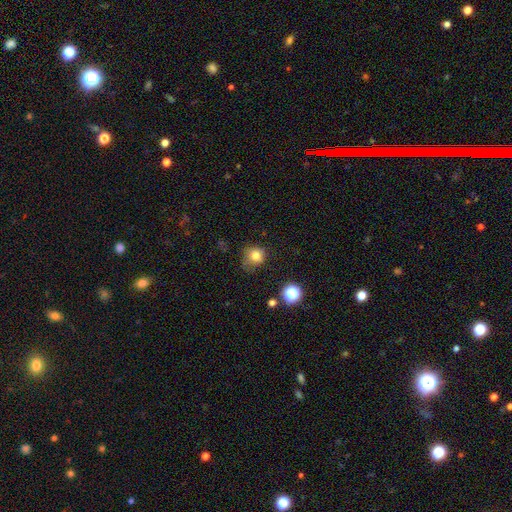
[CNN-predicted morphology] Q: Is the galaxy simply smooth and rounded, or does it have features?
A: smooth — 78%.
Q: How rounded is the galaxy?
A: round — 82%.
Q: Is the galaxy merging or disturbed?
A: none — 58%.